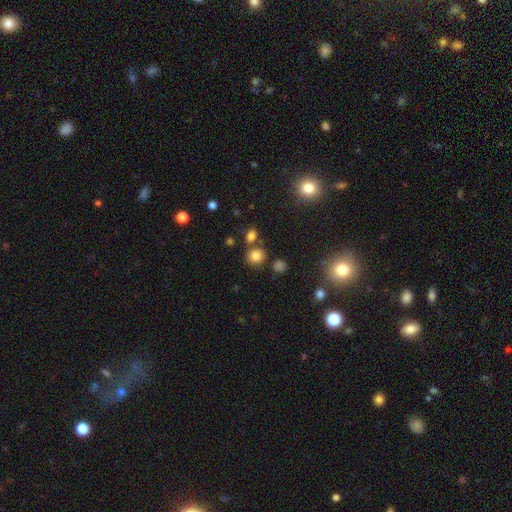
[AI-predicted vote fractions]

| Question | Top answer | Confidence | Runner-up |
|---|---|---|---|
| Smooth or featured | smooth | 80% | star or artifact (14%) |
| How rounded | round | 73% | in between (26%) |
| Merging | none | 72% | merger (14%) |